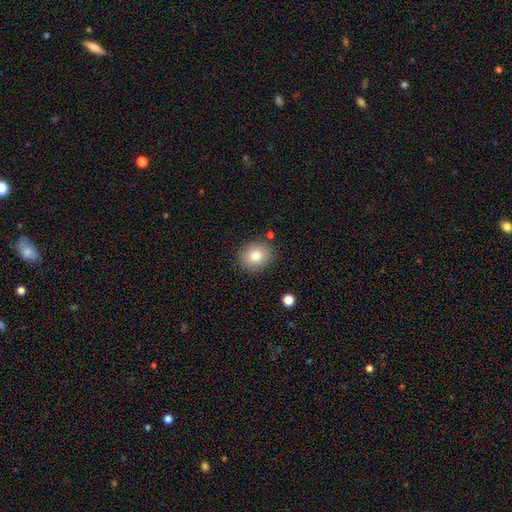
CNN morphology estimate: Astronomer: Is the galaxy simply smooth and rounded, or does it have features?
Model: smooth — 80%.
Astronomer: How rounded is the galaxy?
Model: round — 72%.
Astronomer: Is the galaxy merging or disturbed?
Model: none — 86%.